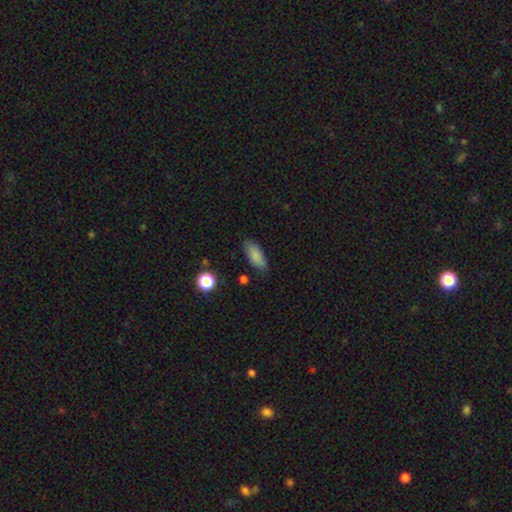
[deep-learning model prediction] Q: Smooth or featured?
A: smooth (84%); runner-up: star or artifact (8%)
Q: How rounded?
A: in between (78%); runner-up: cigar-shaped (20%)
Q: Merging?
A: none (80%); runner-up: minor disturbance (15%)